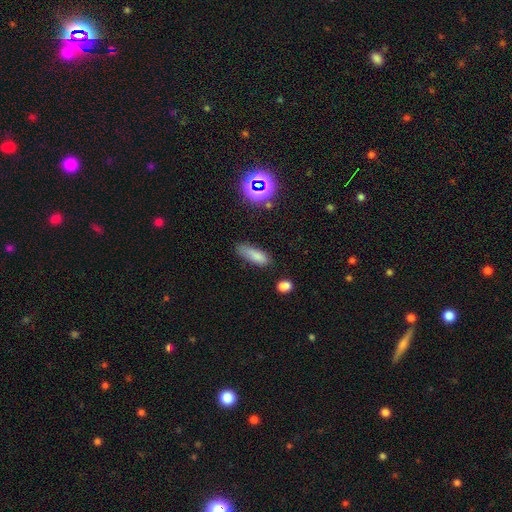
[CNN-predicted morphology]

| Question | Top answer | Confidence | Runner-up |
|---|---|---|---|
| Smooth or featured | smooth | 78% | star or artifact (13%) |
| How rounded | in between | 54% | cigar-shaped (43%) |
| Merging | none | 60% | minor disturbance (26%) |